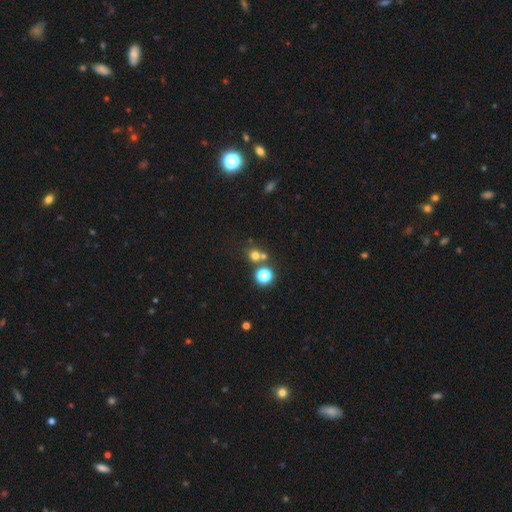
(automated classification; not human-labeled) Smooth or featured? Predicted: smooth (p=0.65). How rounded? Predicted: round (p=0.88). Merging? Predicted: none (p=0.62).